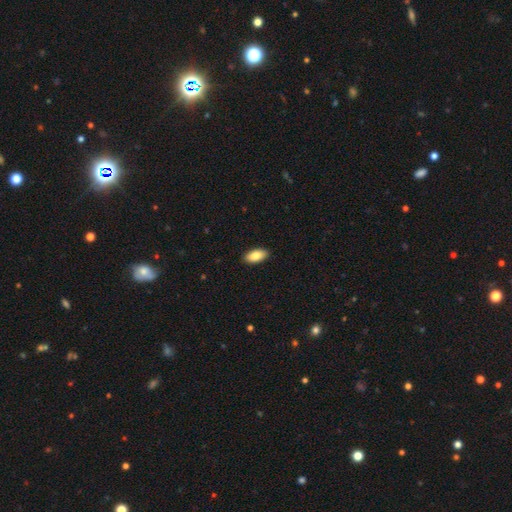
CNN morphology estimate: type=smooth (87%); roundness=in between (92%); merging=none (90%).